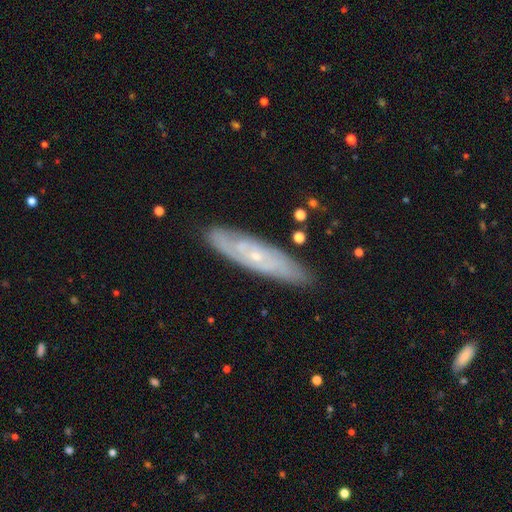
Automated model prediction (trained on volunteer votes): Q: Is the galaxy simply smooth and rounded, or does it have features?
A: featured or disk — 72%.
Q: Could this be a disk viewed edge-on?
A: no — 69%.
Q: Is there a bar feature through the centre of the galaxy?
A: no — 80%.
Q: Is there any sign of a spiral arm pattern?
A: yes — 81%.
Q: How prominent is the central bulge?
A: small — 82%.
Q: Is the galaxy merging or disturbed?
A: none — 84%.